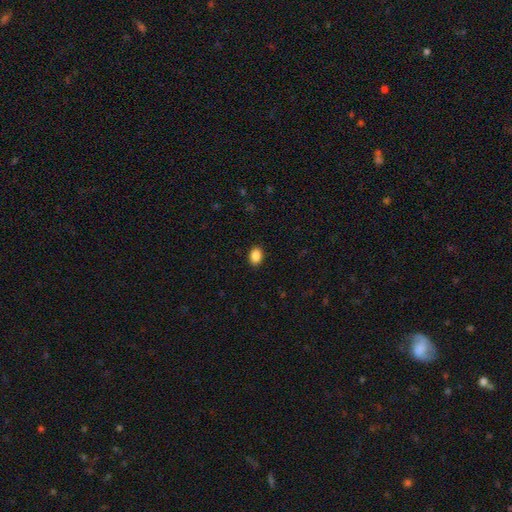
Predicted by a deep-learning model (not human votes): smooth-or-featured: smooth: 89% | star or artifact: 8% | featured or disk: 3%
  how-rounded: in between: 79% | round: 20% | cigar-shaped: 1%
  merging: none: 90% | minor disturbance: 7% | major disturbance: 2% | merger: 1%